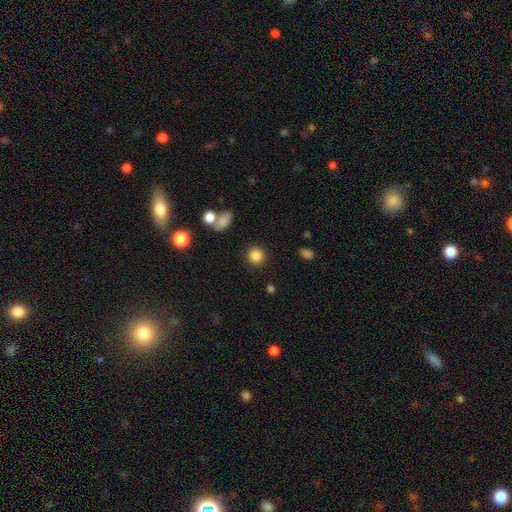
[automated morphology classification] Overall: smooth (85%). How rounded: round (90%). Merging: none (88%).